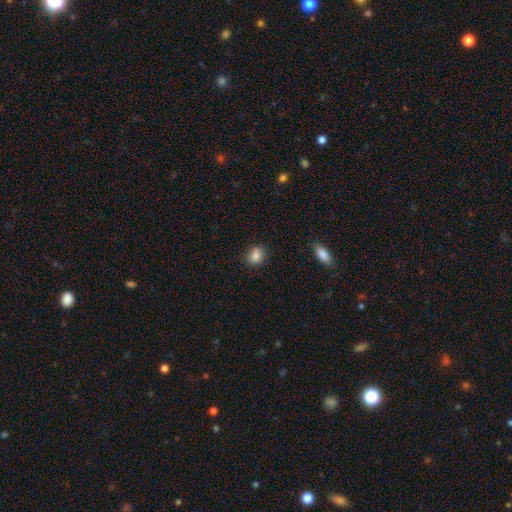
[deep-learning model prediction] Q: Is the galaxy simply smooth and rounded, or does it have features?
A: smooth — 85%.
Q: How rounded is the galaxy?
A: round — 58%.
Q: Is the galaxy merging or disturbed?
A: none — 87%.